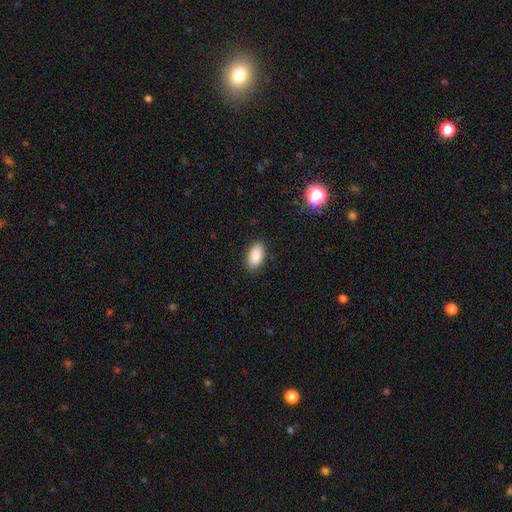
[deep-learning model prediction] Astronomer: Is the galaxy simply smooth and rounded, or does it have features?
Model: smooth — 88%.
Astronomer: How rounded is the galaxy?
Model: in between — 92%.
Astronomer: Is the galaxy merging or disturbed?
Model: none — 88%.